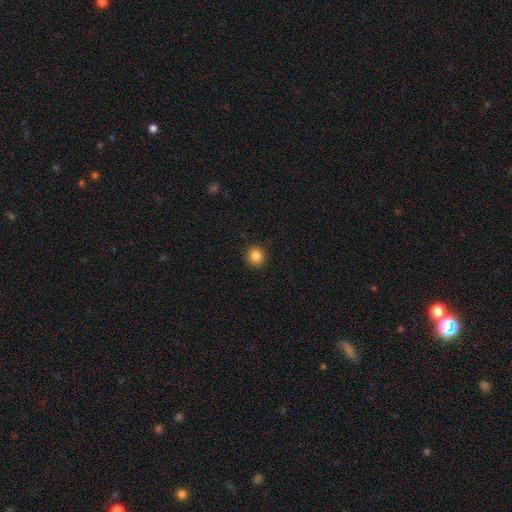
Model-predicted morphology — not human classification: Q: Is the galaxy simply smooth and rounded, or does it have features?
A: smooth — 85%.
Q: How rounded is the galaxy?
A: round — 91%.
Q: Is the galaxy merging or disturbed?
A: none — 91%.